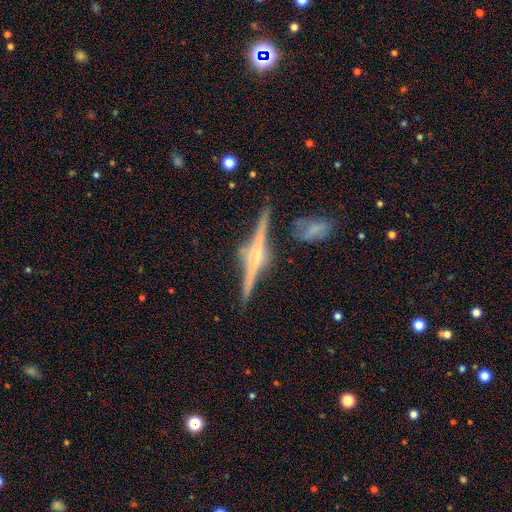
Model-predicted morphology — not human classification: smooth-or-featured: featured or disk: 81% | smooth: 12% | star or artifact: 7%
  disk-edge-on: yes: 98% | no: 2%
    edge-on-bulge: rounded: 65% | boxy: 20% | none: 15%
  merging: none: 81% | minor disturbance: 11% | merger: 6% | major disturbance: 3%